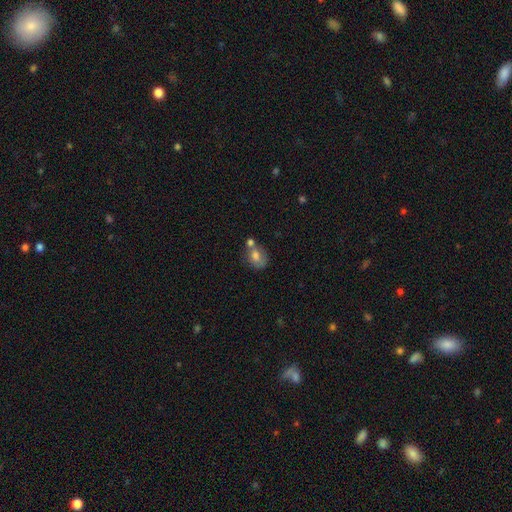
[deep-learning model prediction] The model was most divided on "merging": merger: 38%, none: 36%, minor disturbance: 18%, major disturbance: 8%. More confident: smooth or featured — smooth (68%); how rounded — in between (54%).